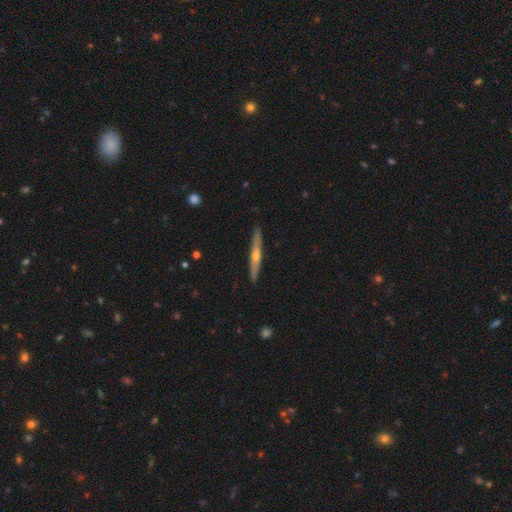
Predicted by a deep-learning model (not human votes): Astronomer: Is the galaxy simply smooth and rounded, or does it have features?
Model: featured or disk — 66%.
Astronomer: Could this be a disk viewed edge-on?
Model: yes — 96%.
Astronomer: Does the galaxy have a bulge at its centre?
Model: rounded — 85%.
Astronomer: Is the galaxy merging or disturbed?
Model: none — 91%.